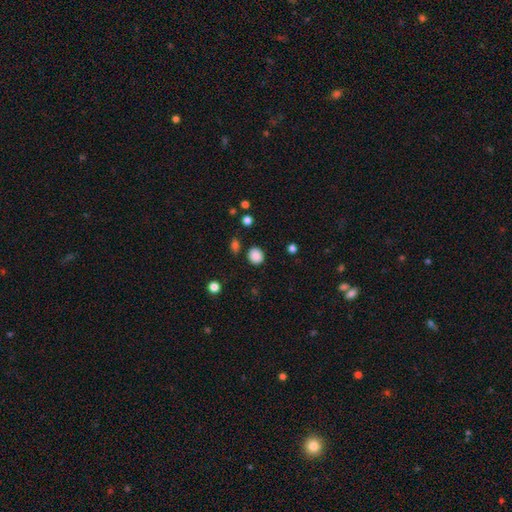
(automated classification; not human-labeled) smooth_or_featured: smooth (p=0.87) [alt: star or artifact p=0.10]
how_rounded: round (p=0.82) [alt: in between p=0.17]
merging: none (p=0.86) [alt: minor disturbance p=0.09]